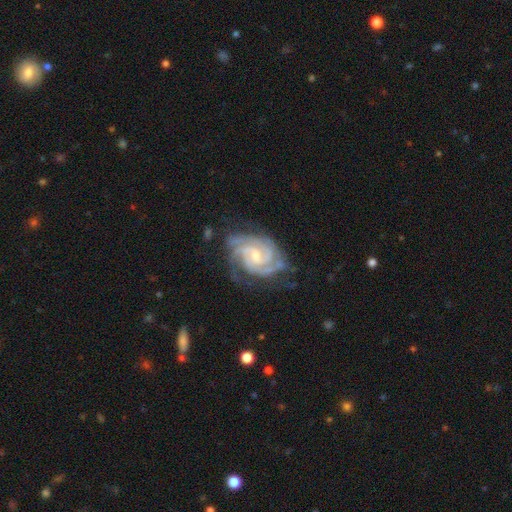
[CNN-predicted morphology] A featured or disk galaxy (93%) with a weak bar (48%), 3 (36%) tight (71%) spiral arms (99%) and a small central bulge (56%). Merging: none (70%).